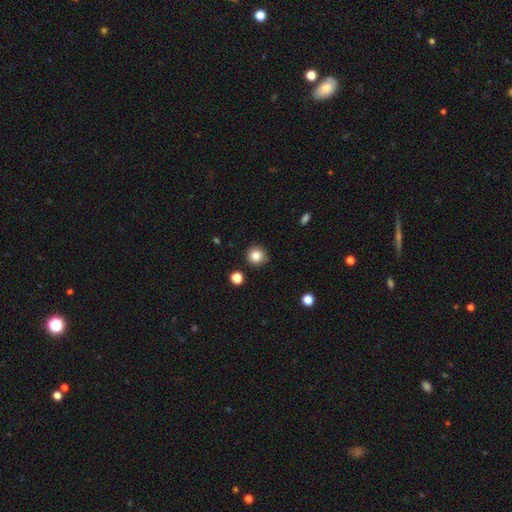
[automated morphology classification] Smooth or featured? smooth (83%)
How rounded? round (93%)
Merging? none (89%)